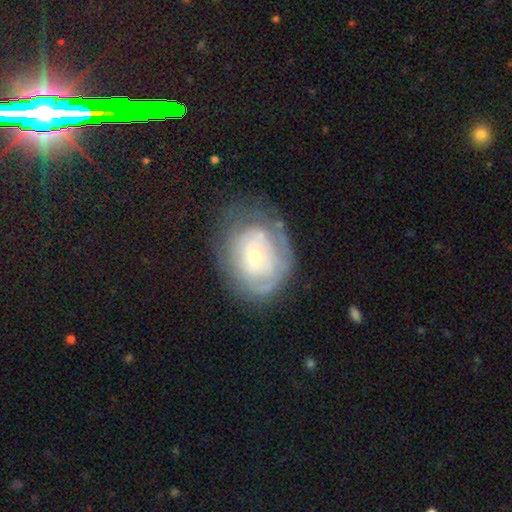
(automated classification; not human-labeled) Smooth or featured: featured or disk — 65% (smooth — 29%)
Edge-on disk: no — 96% (yes — 4%)
Bar: no — 80% (weak — 16%)
Spiral arms: yes — 59% (no — 41%)
Bulge size: small — 59% (moderate — 35%)
Merging: none — 62% (minor disturbance — 23%)